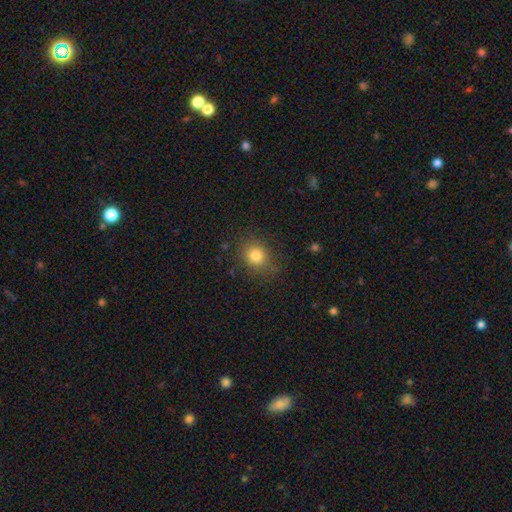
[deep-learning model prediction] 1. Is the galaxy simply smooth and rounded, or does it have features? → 80% smooth, 12% star or artifact, 8% featured or disk.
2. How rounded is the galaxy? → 74% round, 25% in between, 1% cigar-shaped.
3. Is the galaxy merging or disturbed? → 81% none, 13% minor disturbance, 5% major disturbance, 1% merger.